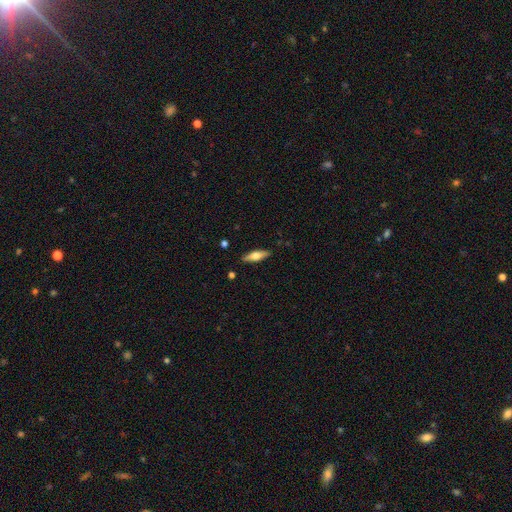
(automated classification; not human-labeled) Smooth or featured? smooth (57%)
How rounded? cigar-shaped (52%)
Merging? none (87%)